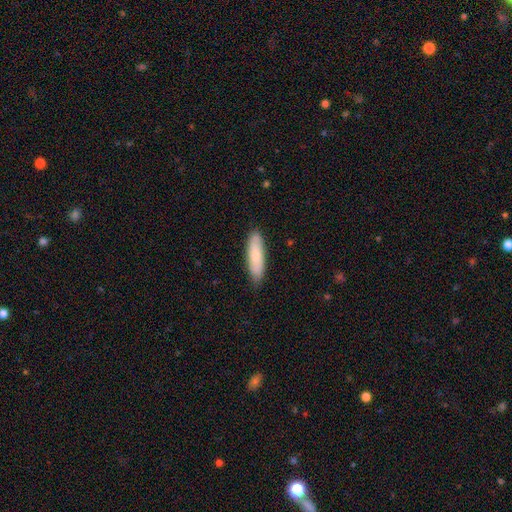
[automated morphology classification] Q: Smooth or featured?
A: smooth (72%); runner-up: featured or disk (22%)
Q: How rounded?
A: cigar-shaped (61%); runner-up: in between (37%)
Q: Merging?
A: none (83%); runner-up: minor disturbance (14%)